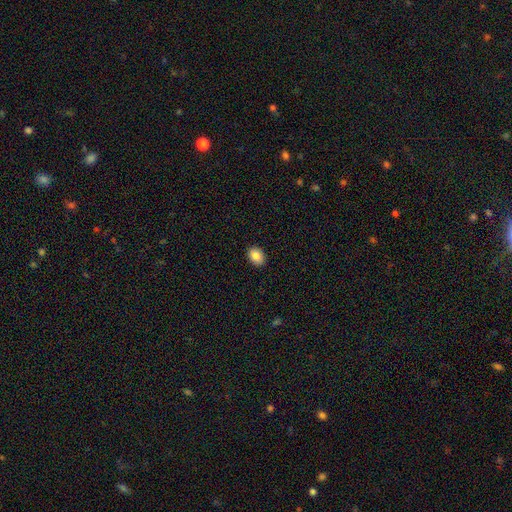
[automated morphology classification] Smooth or featured? smooth (86%)
How rounded? in between (73%)
Merging? none (91%)